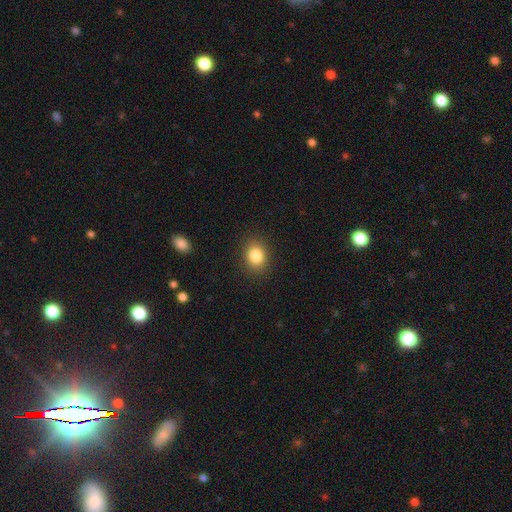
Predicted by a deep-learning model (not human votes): A smooth galaxy with no disk features (84%) that is round (54%).

Vote fractions:
- Smooth or featured? smooth: 84% / star or artifact: 10% / featured or disk: 6%
- How rounded? round: 54% / in between: 45% / cigar-shaped: 1%
- Merging? none: 88% / minor disturbance: 8% / major disturbance: 3% / merger: 1%